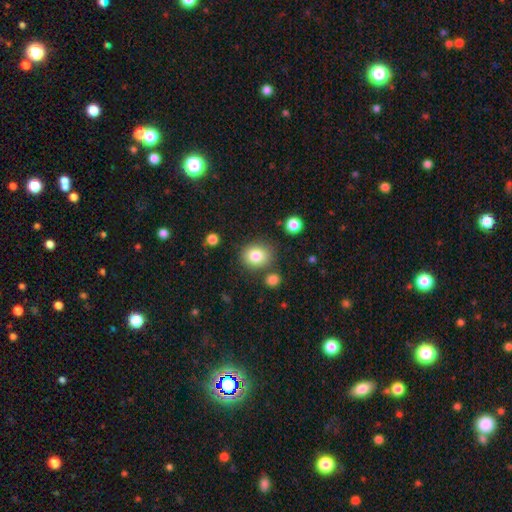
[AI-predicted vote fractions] smooth-or-featured: smooth: 82% | star or artifact: 10% | featured or disk: 8%
  how-rounded: round: 76% | in between: 23% | cigar-shaped: 1%
  merging: none: 78% | minor disturbance: 11% | merger: 7% | major disturbance: 4%